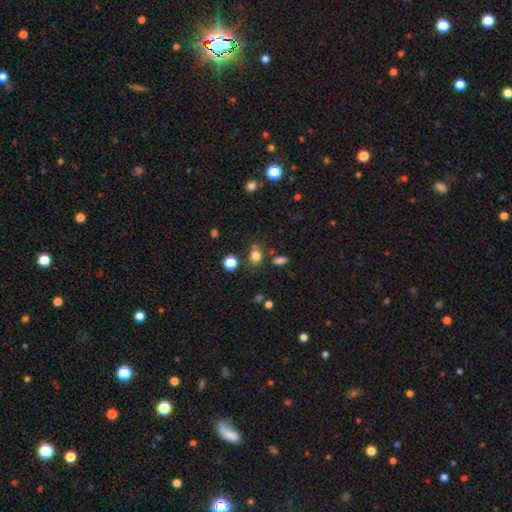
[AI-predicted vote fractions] Smooth or featured?
  - smooth: 79% *
  - star or artifact: 15%
  - featured or disk: 6%
How rounded?
  - in between: 50% *
  - round: 49%
  - cigar-shaped: 1%
Merging?
  - none: 72% *
  - minor disturbance: 14%
  - merger: 9%
  - major disturbance: 5%